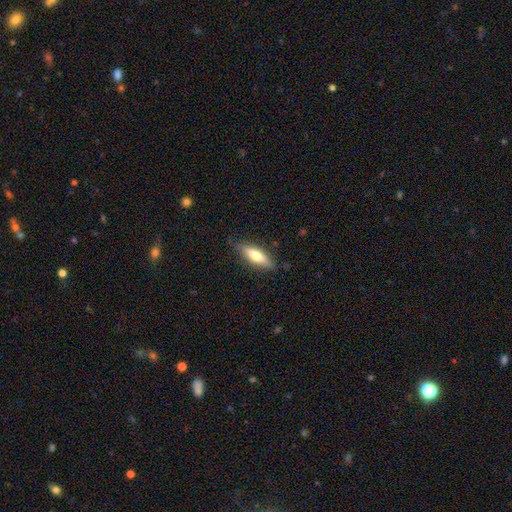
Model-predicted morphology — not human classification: Smooth or featured? Predicted: smooth (p=0.61). How rounded? Predicted: cigar-shaped (p=0.56). Merging? Predicted: none (p=0.79).